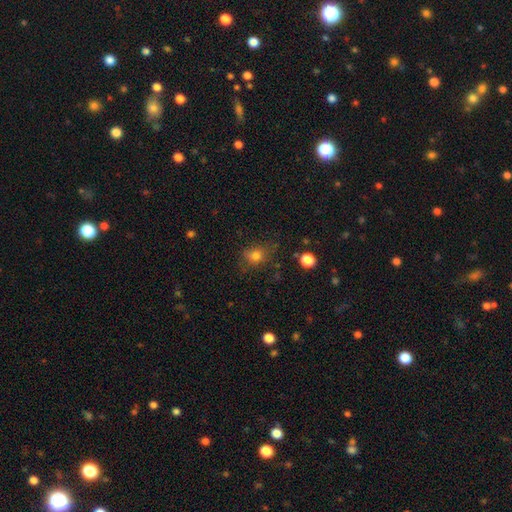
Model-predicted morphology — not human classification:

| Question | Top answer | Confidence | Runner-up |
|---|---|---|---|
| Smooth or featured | smooth | 76% | star or artifact (14%) |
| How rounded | round | 62% | in between (37%) |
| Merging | none | 64% | minor disturbance (23%) |